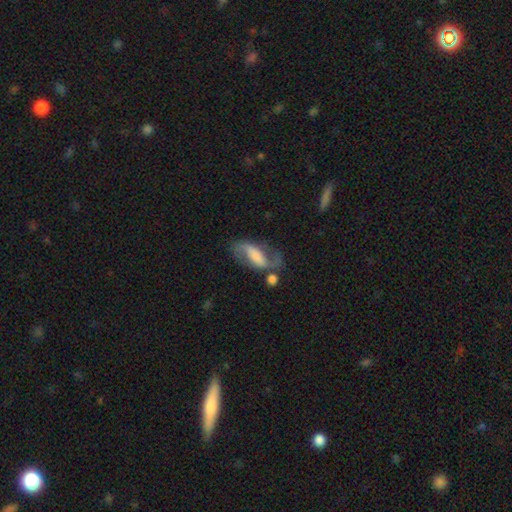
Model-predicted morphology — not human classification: Q: Smooth or featured?
A: featured or disk (72%); runner-up: smooth (21%)
Q: Edge-on disk?
A: no (94%); runner-up: yes (6%)
Q: Bar?
A: strong (40%); runner-up: weak (35%)
Q: Spiral arms?
A: yes (91%); runner-up: no (9%)
Q: Spiral winding?
A: loose (62%); runner-up: medium (30%)
Q: Spiral arm count?
A: 2 (90%); runner-up: 1 (4%)
Q: Bulge size?
A: none (27%); runner-up: small (25%)
Q: Merging?
A: none (54%); runner-up: minor disturbance (19%)